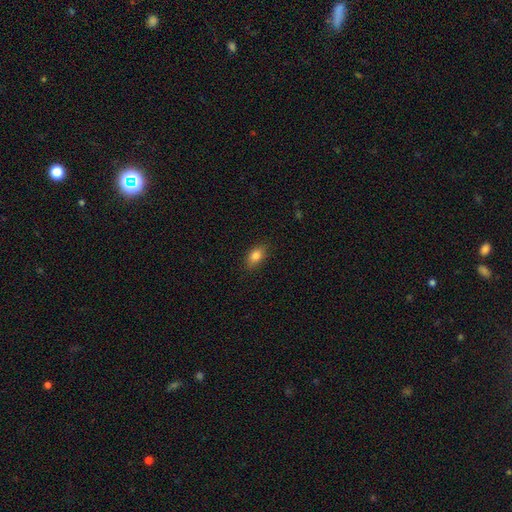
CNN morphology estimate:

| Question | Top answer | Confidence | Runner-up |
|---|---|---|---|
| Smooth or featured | smooth | 83% | star or artifact (9%) |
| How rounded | in between | 86% | round (10%) |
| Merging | none | 86% | minor disturbance (11%) |